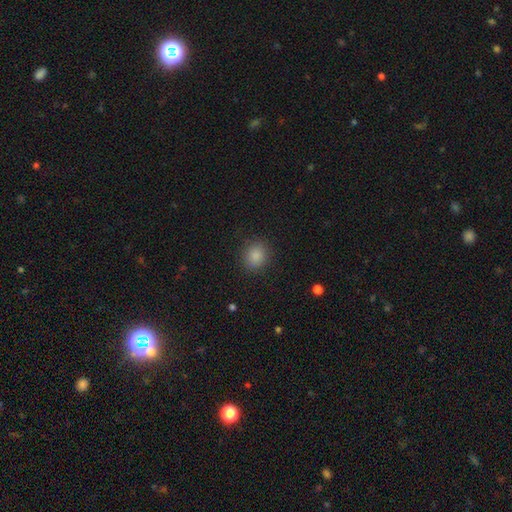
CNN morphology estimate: smooth-or-featured: smooth: 86% | star or artifact: 10% | featured or disk: 4%
  how-rounded: round: 82% | in between: 17% | cigar-shaped: 1%
  merging: none: 88% | minor disturbance: 8% | major disturbance: 3% | merger: 1%